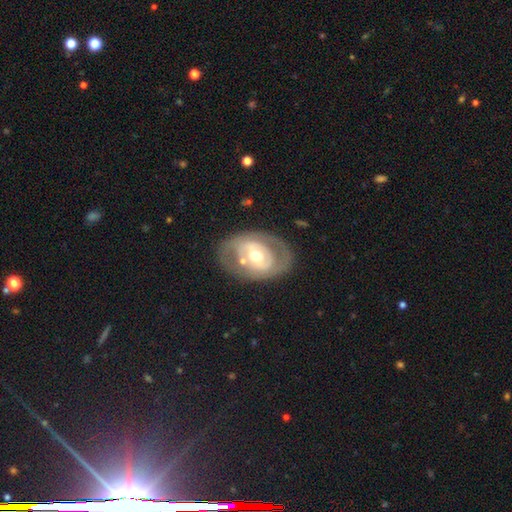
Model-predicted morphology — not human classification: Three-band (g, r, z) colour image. It shows a featured or disk galaxy (69%) with no bar (56%), no spiral arms (63%) and a moderate central bulge (71%). Merging: none (68%).